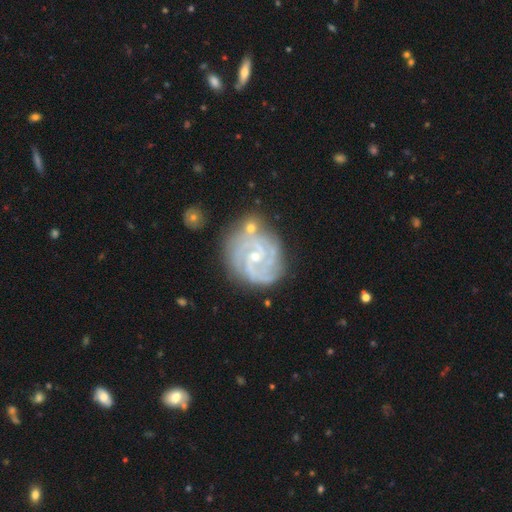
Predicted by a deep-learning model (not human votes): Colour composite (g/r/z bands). It shows a featured or disk galaxy (90%) with no bar (55%), 3 (35%) tight (66%) spiral arms (98%) and a small central bulge (64%). Merging: none (71%).